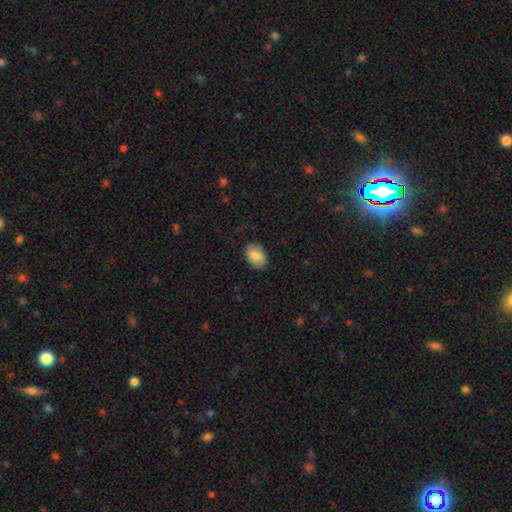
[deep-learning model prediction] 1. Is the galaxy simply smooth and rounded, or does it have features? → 86% smooth, 8% featured or disk, 7% star or artifact.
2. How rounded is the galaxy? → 83% in between, 16% round, 1% cigar-shaped.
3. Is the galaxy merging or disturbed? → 86% none, 11% minor disturbance, 2% major disturbance, 1% merger.